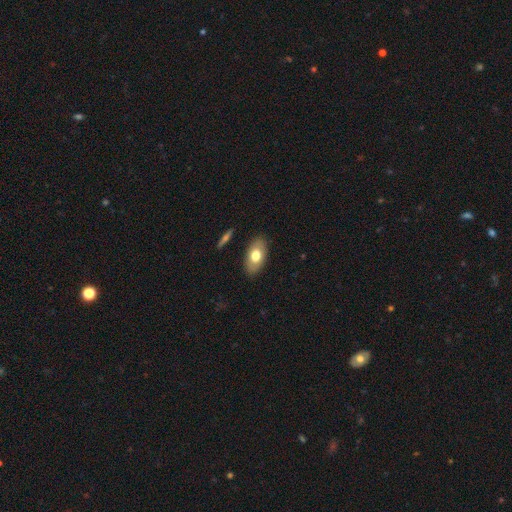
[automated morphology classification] This is likely a smooth galaxy (70%). How rounded: clearly in between (92%). Merging: clearly none (86%).